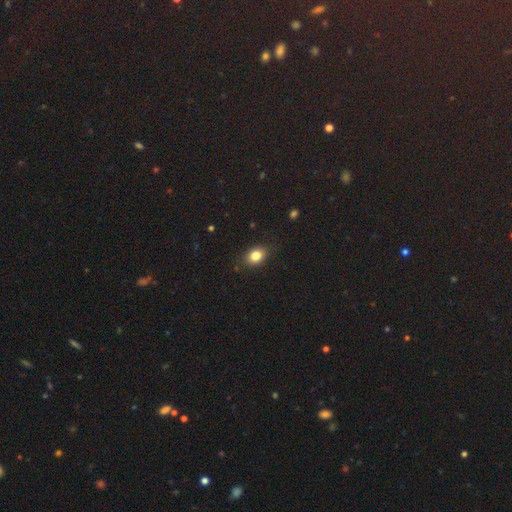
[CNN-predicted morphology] A smooth galaxy with no disk features (83%) that is in between round and cigar-shaped (70%). Merging: none (83%).